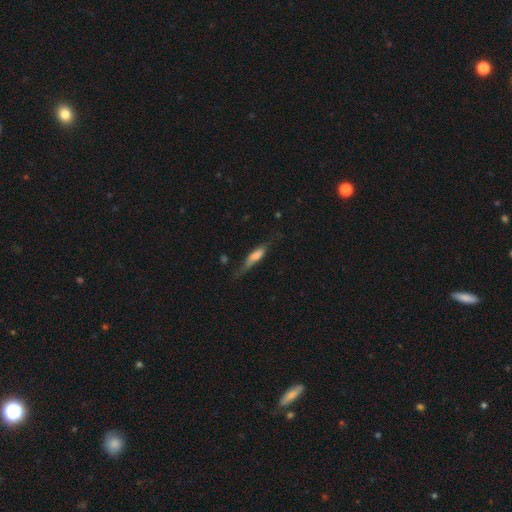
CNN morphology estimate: Overall: smooth (53%; featured or disk 39%). How rounded: cigar-shaped (72%). Merging: none (54%; minor disturbance 29%).